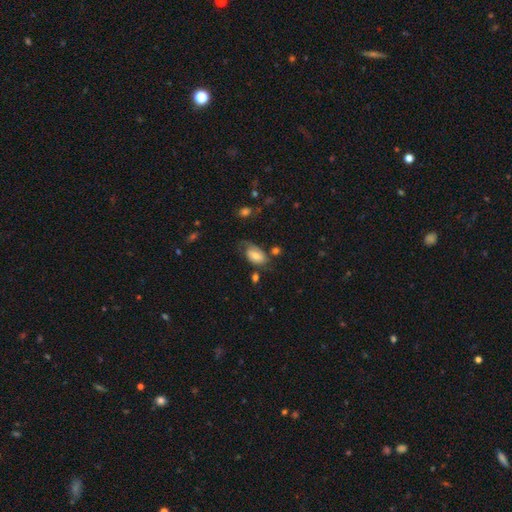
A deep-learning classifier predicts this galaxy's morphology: Overall: smooth (60%; featured or disk 32%). How rounded: in between (90%). Merging: none (40%; minor disturbance 30%).